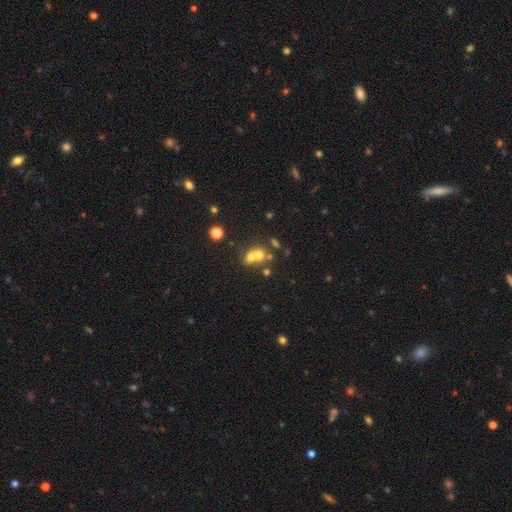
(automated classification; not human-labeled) A smooth galaxy with no disk features (60%) that is round (68%). Merging: merger (61%).